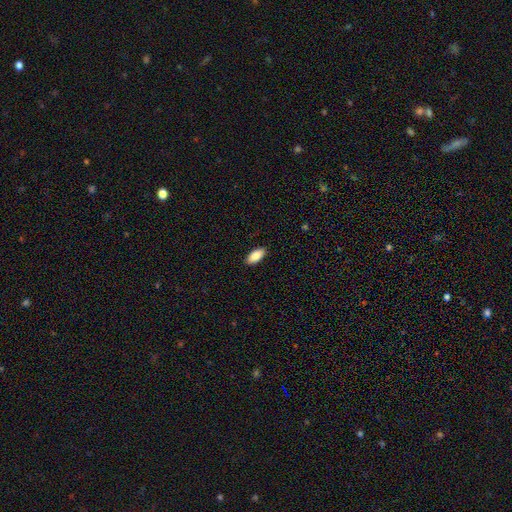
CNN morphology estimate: This is clearly a smooth galaxy (85%). How rounded: clearly in between (90%). Merging: clearly none (89%).